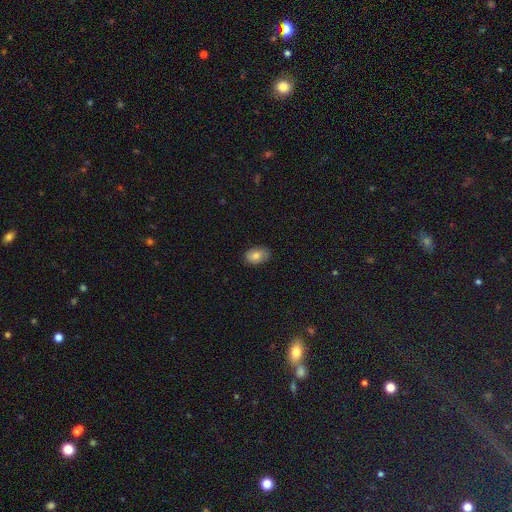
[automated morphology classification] A smooth galaxy with no disk features (80%) that is in between round and cigar-shaped (88%). Merging: none (84%).